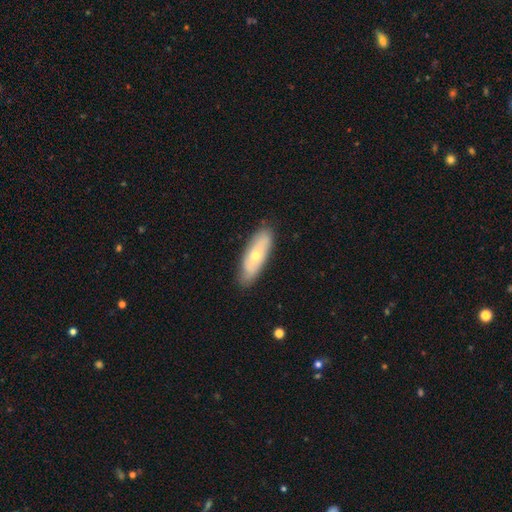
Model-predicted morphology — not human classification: A smooth galaxy with no disk features (50%) that is in between round and cigar-shaped (61%).

Vote fractions:
- Smooth or featured? smooth: 50% / featured or disk: 44% / star or artifact: 6%
- How rounded? in between: 61% / cigar-shaped: 36% / round: 3%
- Merging? none: 84% / minor disturbance: 12% / major disturbance: 2% / merger: 1%